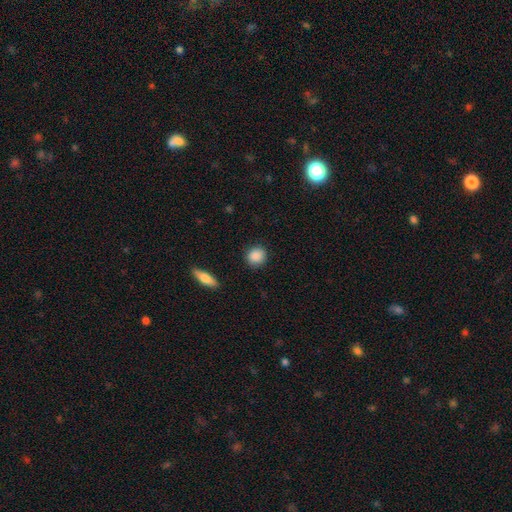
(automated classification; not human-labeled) Smooth or featured? Predicted: smooth (p=0.88). How rounded? Predicted: round (p=0.84). Merging? Predicted: none (p=0.88).